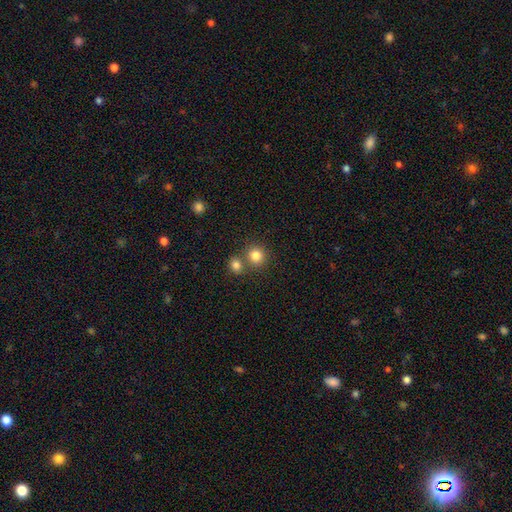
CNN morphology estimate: smooth-or-featured: smooth: 82% | star or artifact: 12% | featured or disk: 6%
  how-rounded: round: 89% | in between: 10% | cigar-shaped: 1%
  merging: none: 64% | merger: 27% | minor disturbance: 7% | major disturbance: 2%